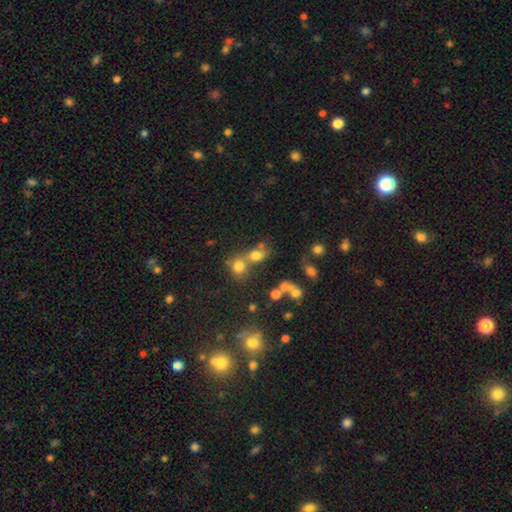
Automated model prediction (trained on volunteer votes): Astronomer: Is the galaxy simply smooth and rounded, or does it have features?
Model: smooth — 66%.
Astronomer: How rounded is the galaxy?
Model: round — 59% (runner-up: in between, 38%).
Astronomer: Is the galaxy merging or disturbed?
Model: merger — 49% (runner-up: none, 36%).